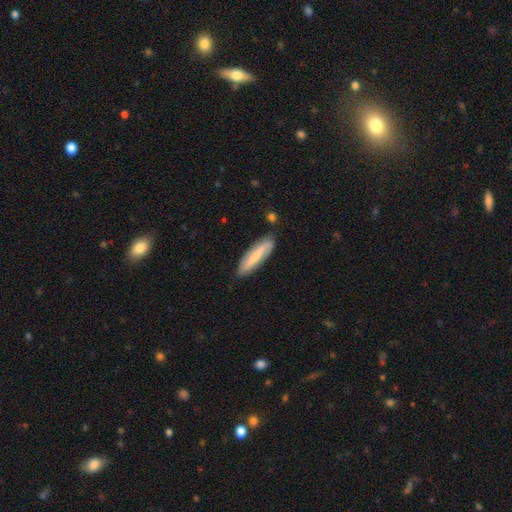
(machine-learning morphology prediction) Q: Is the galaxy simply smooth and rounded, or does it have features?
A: smooth — 53%.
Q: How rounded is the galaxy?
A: cigar-shaped — 73%.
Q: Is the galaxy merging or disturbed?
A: none — 81%.